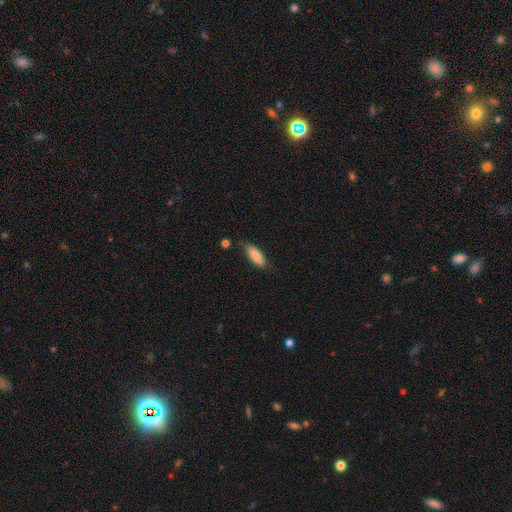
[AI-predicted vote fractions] smooth_or_featured: smooth (p=0.83) [alt: featured or disk p=0.11]
how_rounded: in between (p=0.70) [alt: cigar-shaped p=0.28]
merging: none (p=0.74) [alt: minor disturbance p=0.20]